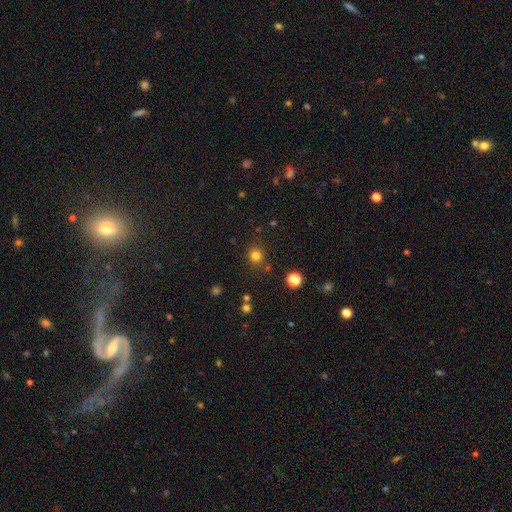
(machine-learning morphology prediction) smooth-or-featured: smooth: 79% | star or artifact: 16% | featured or disk: 5%
  how-rounded: round: 90% | in between: 9% | cigar-shaped: 1%
  merging: none: 84% | minor disturbance: 8% | merger: 5% | major disturbance: 3%